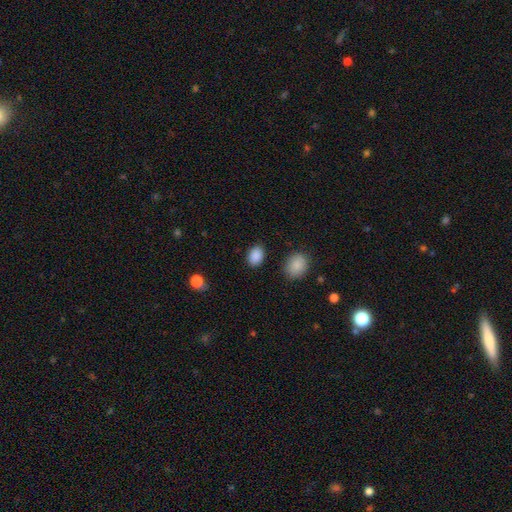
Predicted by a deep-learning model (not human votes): A smooth galaxy with no disk features (89%) that is in between round and cigar-shaped (74%). Merging: none (87%).